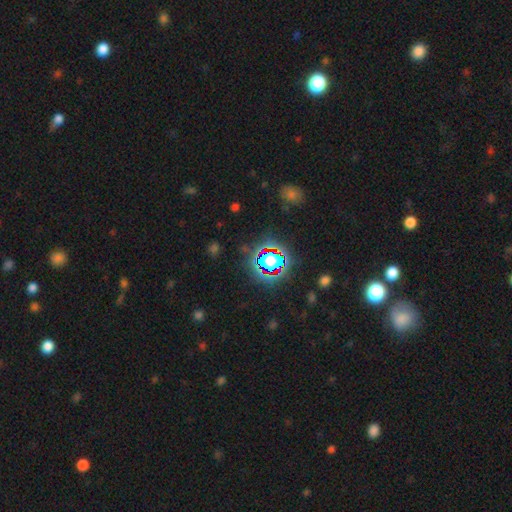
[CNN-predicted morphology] Smooth or featured?
  - star or artifact: 78% *
  - smooth: 14%
  - featured or disk: 8%